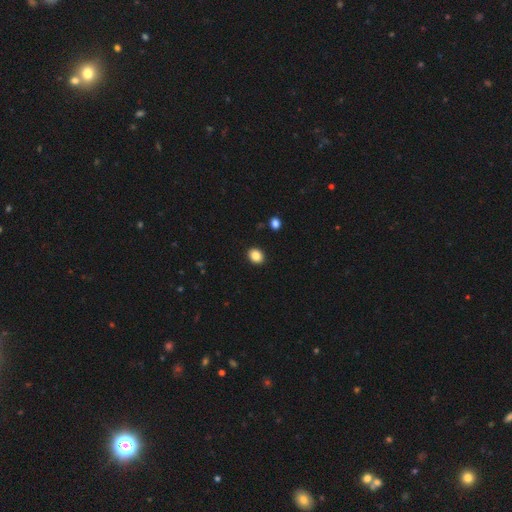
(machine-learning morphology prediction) Q: Smooth or featured?
A: smooth (86%); runner-up: star or artifact (9%)
Q: How rounded?
A: round (55%); runner-up: in between (44%)
Q: Merging?
A: none (91%); runner-up: minor disturbance (6%)